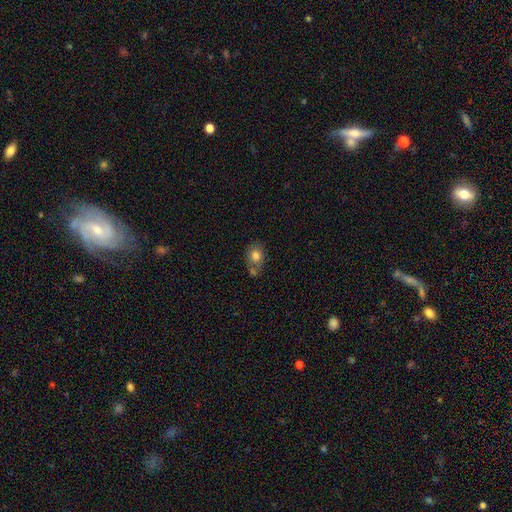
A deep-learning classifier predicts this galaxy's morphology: A smooth galaxy with no disk features (79%) that is in between round and cigar-shaped (53%).

Vote fractions:
- Smooth or featured? smooth: 79% / featured or disk: 12% / star or artifact: 9%
- How rounded? in between: 53% / round: 46% / cigar-shaped: 1%
- Merging? none: 49% / merger: 28% / minor disturbance: 17% / major disturbance: 5%